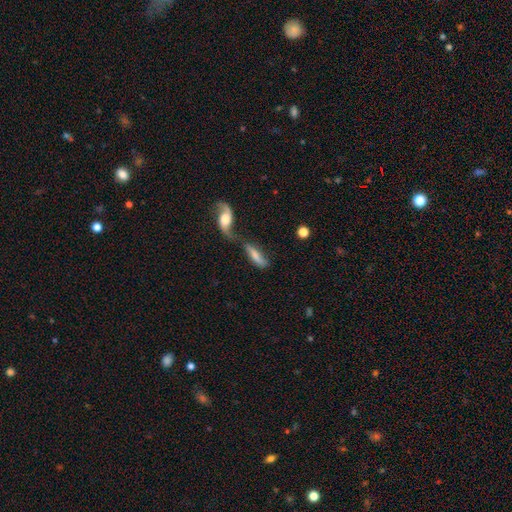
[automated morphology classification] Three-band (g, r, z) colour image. It shows a smooth galaxy with no disk features (55%) that is cigar-shaped (55%). Merging: merger (51%).